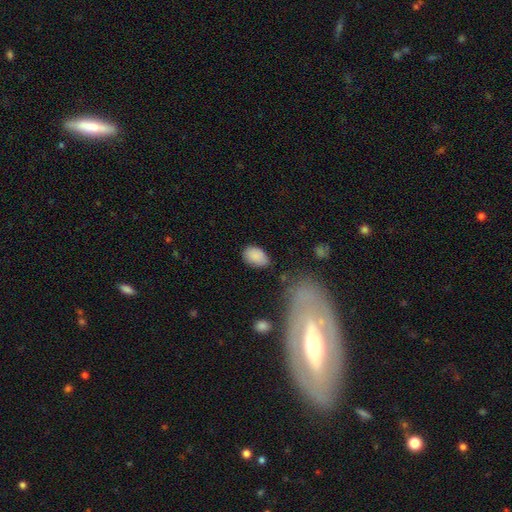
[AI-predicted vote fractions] Smooth or featured?
  - smooth: 87% *
  - star or artifact: 8%
  - featured or disk: 6%
How rounded?
  - in between: 89% *
  - round: 9%
  - cigar-shaped: 1%
Merging?
  - none: 71% *
  - minor disturbance: 21%
  - major disturbance: 5%
  - merger: 3%